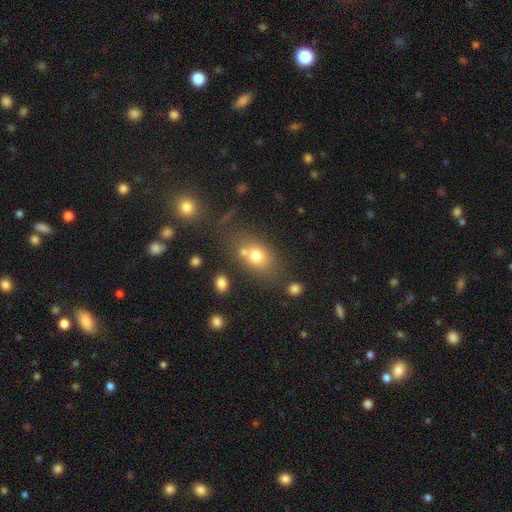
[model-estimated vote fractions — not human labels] Overall: smooth (72%). How rounded: in between (59%; round 39%). Merging: none (52%; merger 24%).